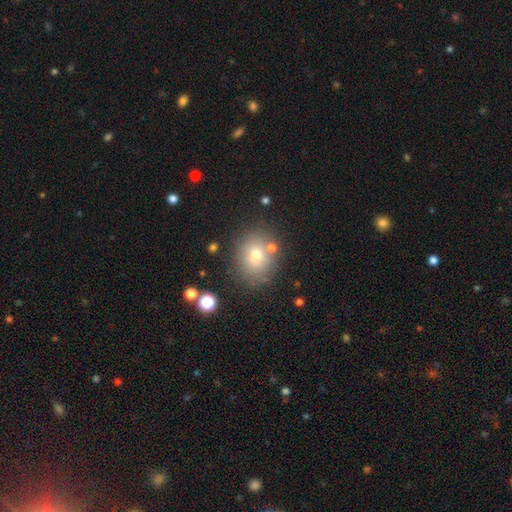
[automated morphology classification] Overall: smooth (68%). How rounded: round (64%; in between 35%). Merging: none (78%).